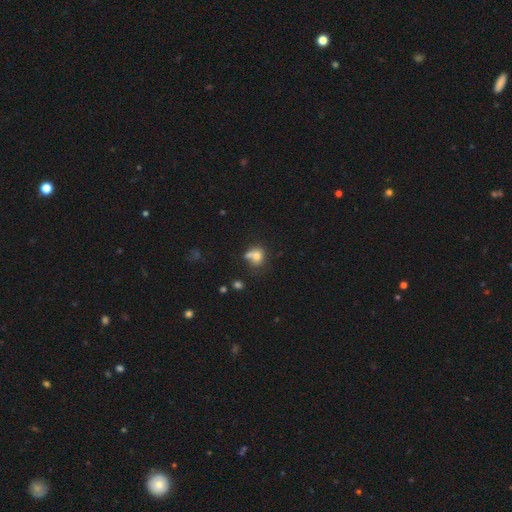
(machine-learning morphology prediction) type=smooth (74%); roundness=round (59%); merging=merger (37%).